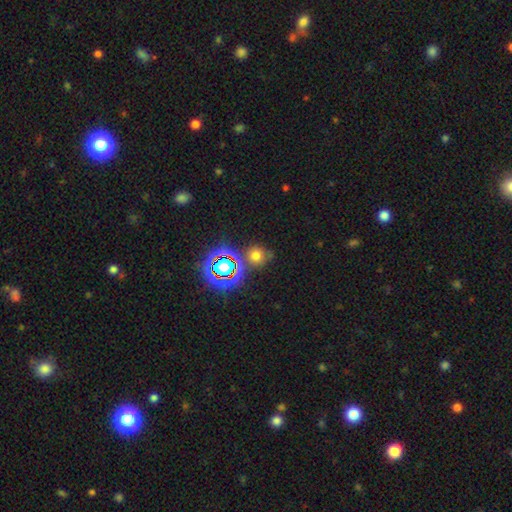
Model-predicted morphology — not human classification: smooth_or_featured: smooth (p=0.58) [alt: star or artifact p=0.33]
how_rounded: round (p=0.83) [alt: in between p=0.15]
merging: none (p=0.70) [alt: minor disturbance p=0.14]